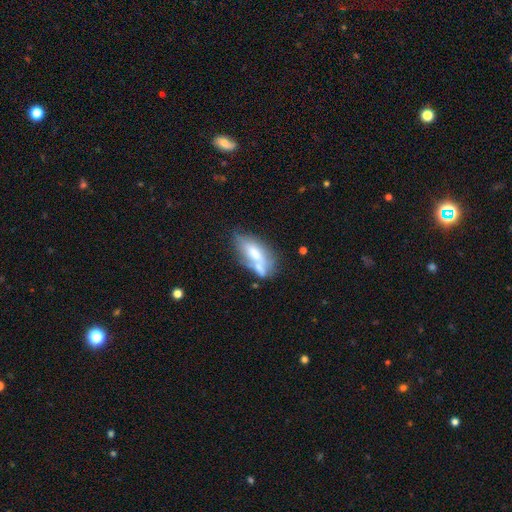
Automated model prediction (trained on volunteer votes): smooth 53%, featured or disk 39%, star or artifact 8%. Down the decision tree: how rounded — in between (72%); merging — none (35%).